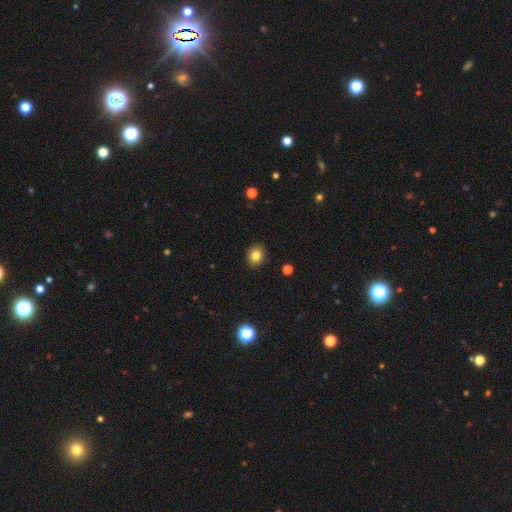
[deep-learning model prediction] This appears to be a smooth galaxy with no disk features (82%) that is round (62%). Merging: none (89%).